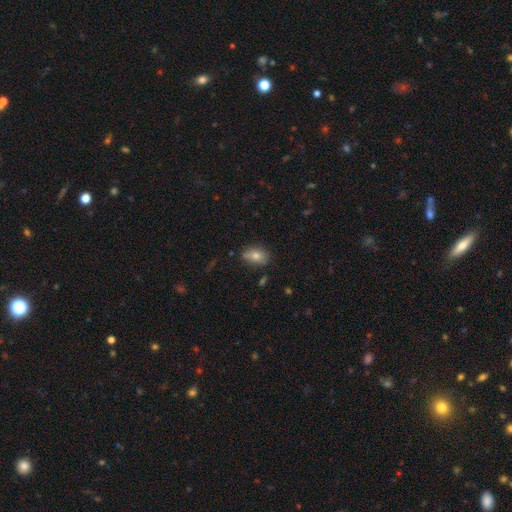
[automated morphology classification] Smooth or featured?
  - smooth: 78% *
  - featured or disk: 13%
  - star or artifact: 9%
How rounded?
  - in between: 81% *
  - round: 17%
  - cigar-shaped: 2%
Merging?
  - none: 72% *
  - minor disturbance: 21%
  - major disturbance: 4%
  - merger: 3%